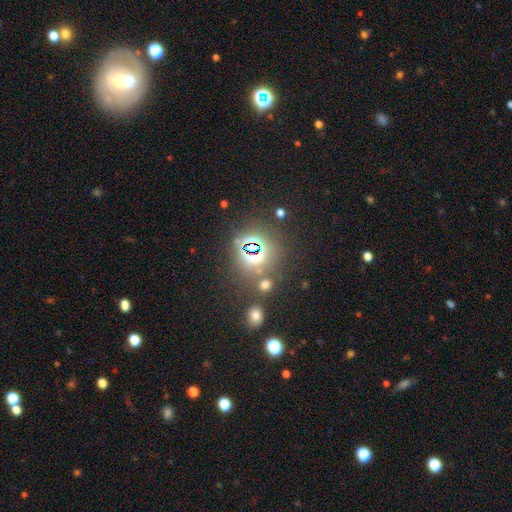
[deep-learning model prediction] Overall: star or artifact (65%; smooth 27%).